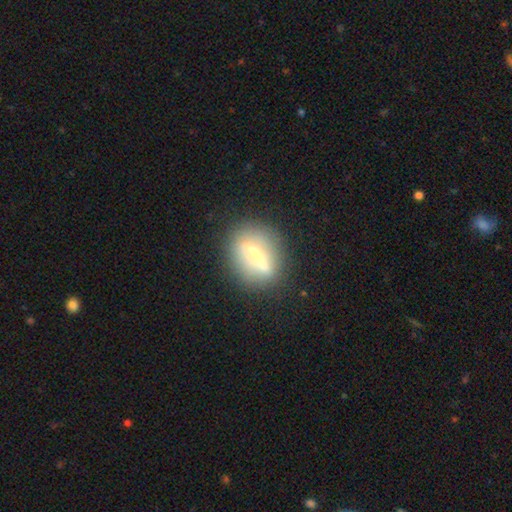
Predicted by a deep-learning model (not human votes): Q: Smooth or featured?
A: featured or disk (54%); runner-up: smooth (34%)
Q: Edge-on disk?
A: no (56%); runner-up: yes (44%)
Q: Merging?
A: none (79%); runner-up: minor disturbance (11%)